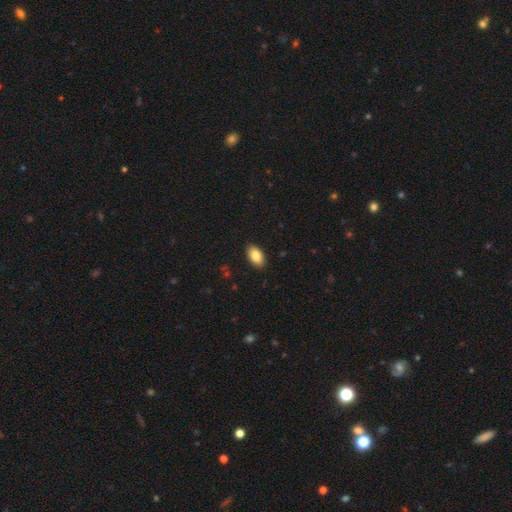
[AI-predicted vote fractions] Smooth or featured: smooth — 85% (featured or disk — 8%)
How rounded: in between — 93% (round — 5%)
Merging: none — 89% (minor disturbance — 8%)